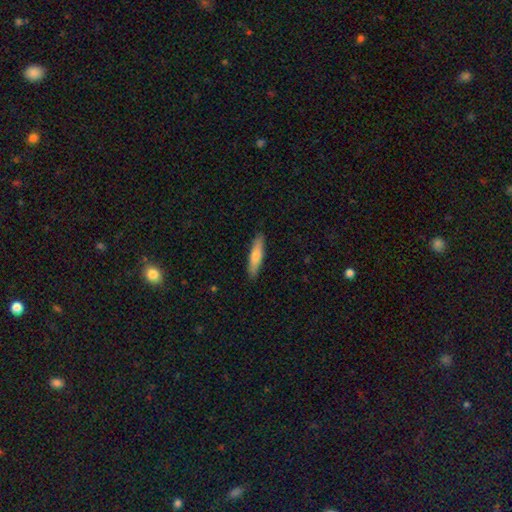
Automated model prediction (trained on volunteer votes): A smooth galaxy with no disk features (66%) that is cigar-shaped (79%).

Vote fractions:
- Smooth or featured? smooth: 66% / featured or disk: 28% / star or artifact: 6%
- How rounded? cigar-shaped: 79% / in between: 19% / round: 2%
- Merging? none: 90% / minor disturbance: 7% / major disturbance: 1% / merger: 1%